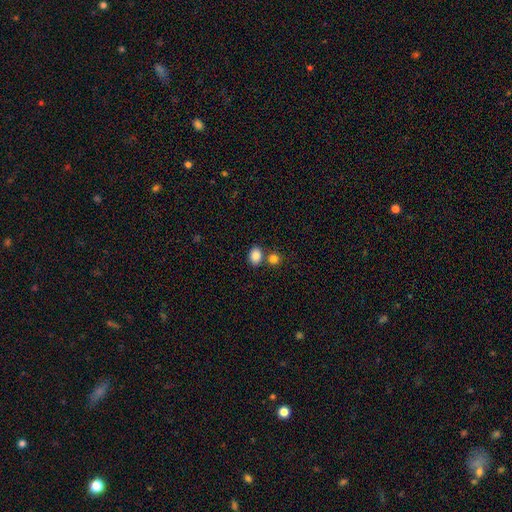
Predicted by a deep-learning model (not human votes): Smooth or featured?
  - smooth: 86% *
  - star or artifact: 9%
  - featured or disk: 4%
How rounded?
  - in between: 64% *
  - round: 35%
  - cigar-shaped: 1%
Merging?
  - none: 67% *
  - merger: 20%
  - minor disturbance: 10%
  - major disturbance: 3%